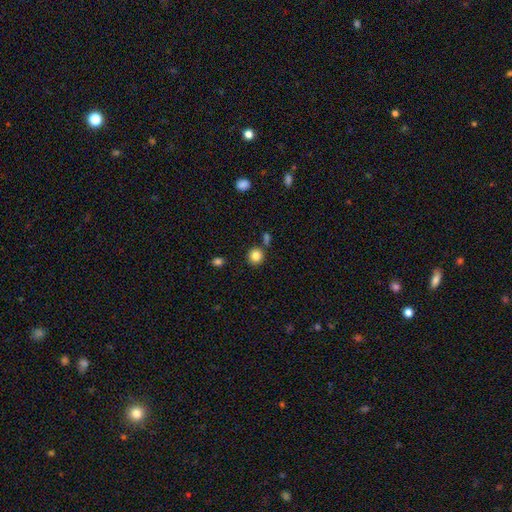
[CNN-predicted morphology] This is clearly a smooth galaxy (85%). How rounded: clearly round (91%). Merging: clearly none (81%).